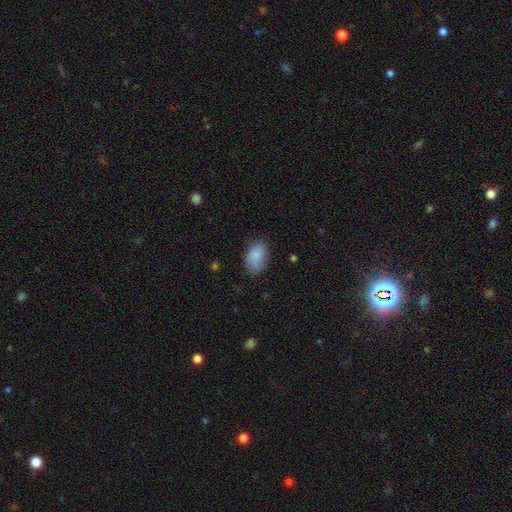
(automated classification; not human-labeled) This is clearly a smooth galaxy (83%). How rounded: clearly in between (90%). Merging: likely none (67%).